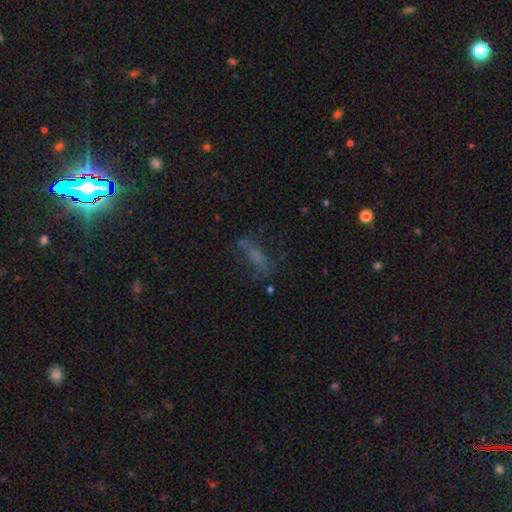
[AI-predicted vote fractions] Overall: smooth (45%; star or artifact 31%). Merging: none (52%; major disturbance 21%).